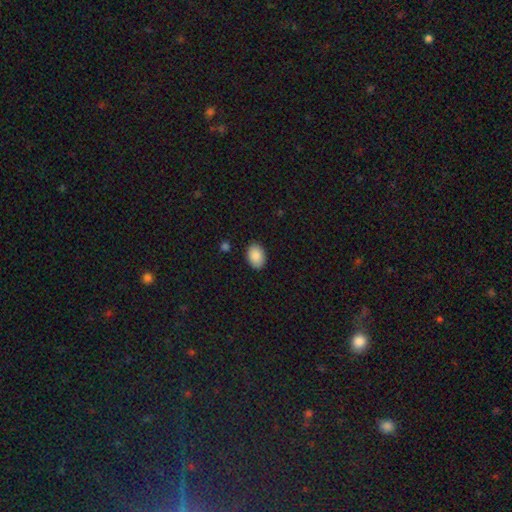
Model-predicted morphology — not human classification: Smooth or featured?
  - smooth: 89% *
  - star or artifact: 7%
  - featured or disk: 4%
How rounded?
  - in between: 84% *
  - round: 15%
  - cigar-shaped: 1%
Merging?
  - none: 88% *
  - minor disturbance: 8%
  - major disturbance: 2%
  - merger: 1%